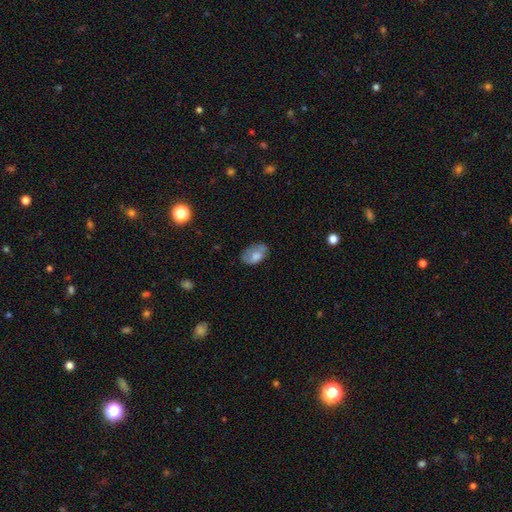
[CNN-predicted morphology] Smooth or featured? Predicted: smooth (p=0.69). How rounded? Predicted: in between (p=0.89). Merging? Predicted: none (p=0.53).